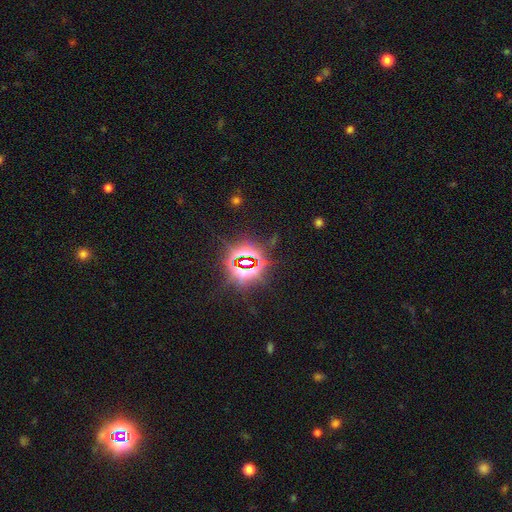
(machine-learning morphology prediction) The model was most divided on "smooth or featured": star or artifact: 82%, smooth: 11%, featured or disk: 7%.